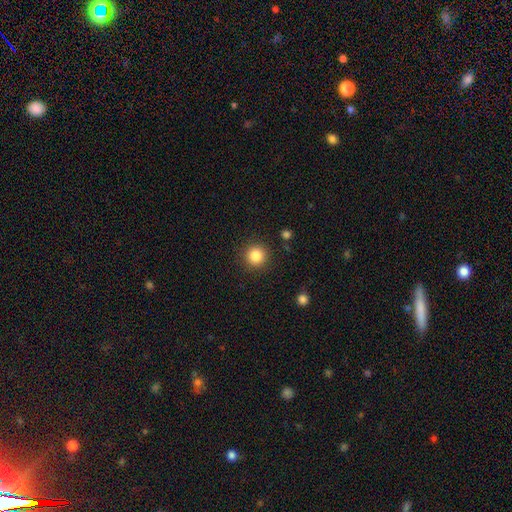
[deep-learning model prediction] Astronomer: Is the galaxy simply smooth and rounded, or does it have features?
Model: smooth — 84%.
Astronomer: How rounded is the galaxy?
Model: round — 94%.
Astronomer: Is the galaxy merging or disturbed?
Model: none — 90%.